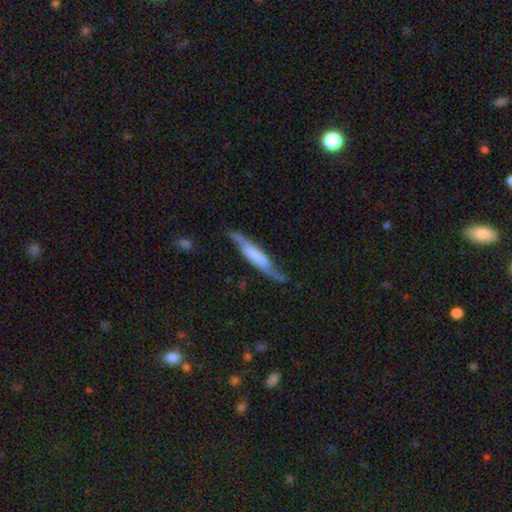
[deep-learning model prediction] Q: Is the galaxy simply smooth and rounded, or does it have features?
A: featured or disk — 64%.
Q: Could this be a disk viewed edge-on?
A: yes — 59%.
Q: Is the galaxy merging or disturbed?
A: none — 66%.